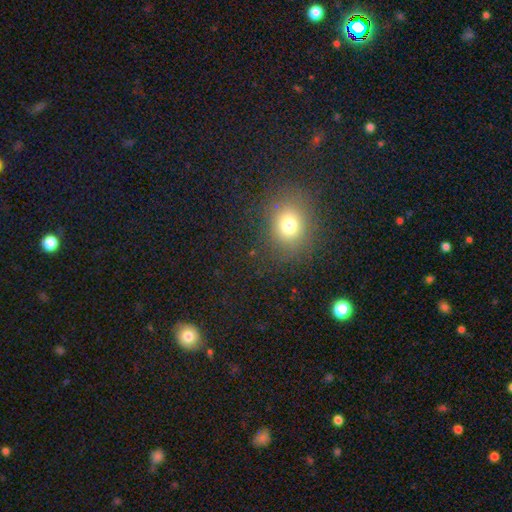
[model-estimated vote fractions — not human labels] This appears to be a smooth galaxy with no disk features (70%) that is round (63%). Merging: none (87%).